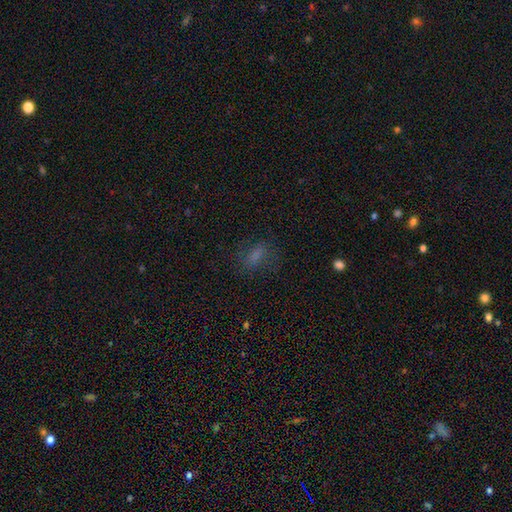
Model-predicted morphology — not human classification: Overall: smooth (66%). How rounded: in between (72%). Merging: none (71%).